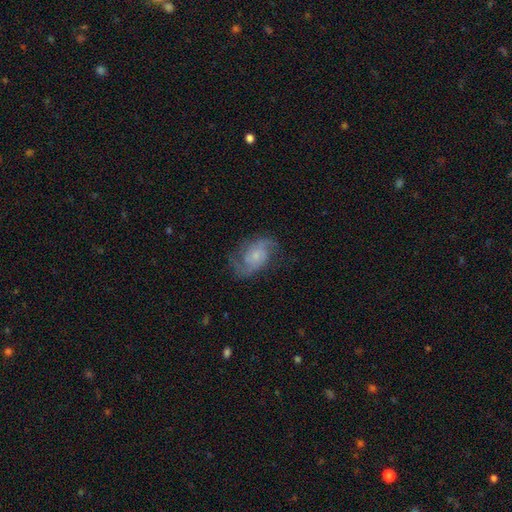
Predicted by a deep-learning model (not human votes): This is clearly a featured or disk galaxy (81%). It is clearly not viewed edge-on (97%). Bar: likely no (67%). Spiral arm pattern: clearly yes (95%). Spiral arm count: clearly 2 (87%). Spiral winding: possibly medium (49%). Central bulge: likely small (60%). Merging: likely none (70%).